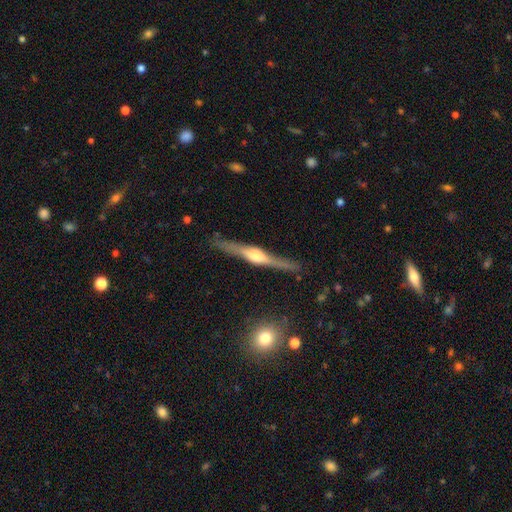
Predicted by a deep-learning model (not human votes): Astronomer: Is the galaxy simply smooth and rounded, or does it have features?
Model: featured or disk — 81%.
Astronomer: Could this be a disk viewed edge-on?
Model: yes — 97%.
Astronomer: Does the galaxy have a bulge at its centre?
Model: rounded — 86%.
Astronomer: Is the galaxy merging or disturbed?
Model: none — 87%.